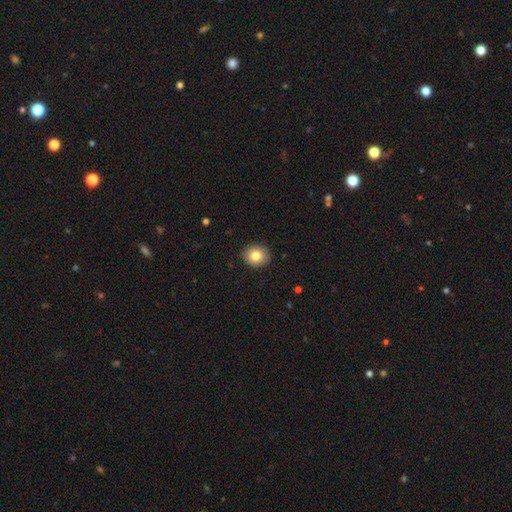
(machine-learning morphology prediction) The model was most divided on "how rounded": round: 71%, in between: 28%, cigar-shaped: 1%. More confident: merging — none (90%); smooth or featured — smooth (81%).